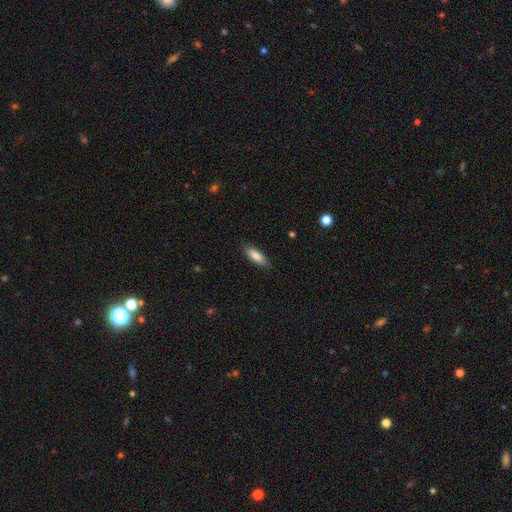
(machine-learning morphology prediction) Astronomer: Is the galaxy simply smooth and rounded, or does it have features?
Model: smooth — 84%.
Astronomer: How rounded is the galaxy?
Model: in between — 62%.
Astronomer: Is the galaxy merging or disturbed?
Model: none — 86%.